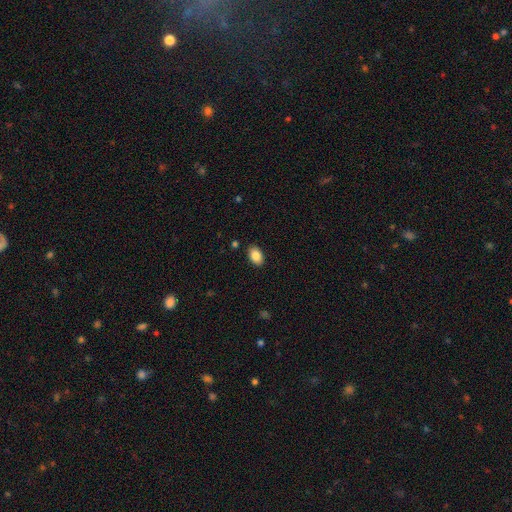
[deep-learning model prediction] Smooth or featured? Predicted: smooth (p=0.86). How rounded? Predicted: in between (p=0.88). Merging? Predicted: none (p=0.88).